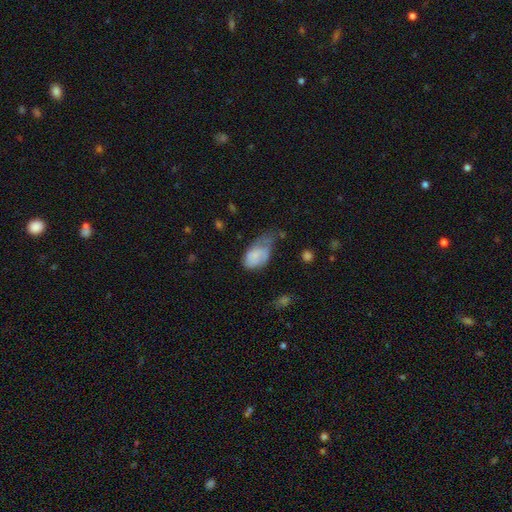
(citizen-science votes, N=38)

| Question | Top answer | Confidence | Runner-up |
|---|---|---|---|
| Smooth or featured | smooth | 68% | featured or disk (26%) |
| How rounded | in between | 85% | round (15%) |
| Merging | major disturbance | 58% | minor disturbance (33%) |